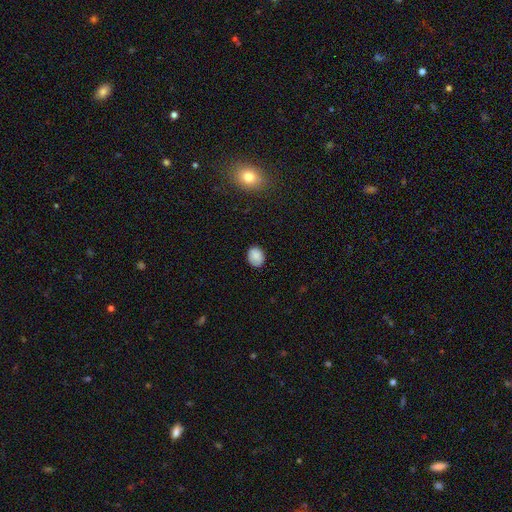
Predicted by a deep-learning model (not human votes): smooth_or_featured: smooth (p=0.84) [alt: star or artifact p=0.08]
how_rounded: in between (p=0.53) [alt: round p=0.46]
merging: none (p=0.80) [alt: minor disturbance p=0.16]